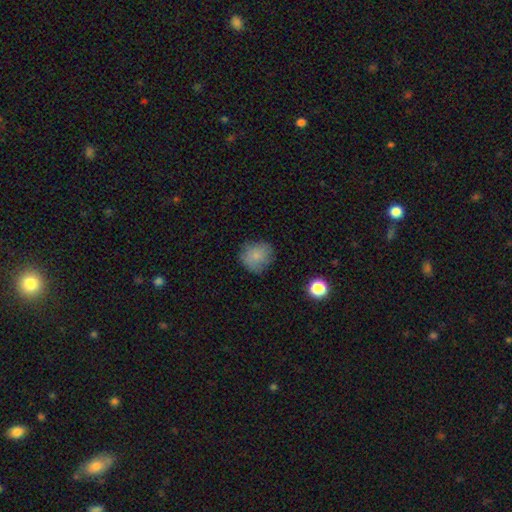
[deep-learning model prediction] This appears to be a smooth galaxy with no disk features (79%) that is round (85%). Merging: none (75%).